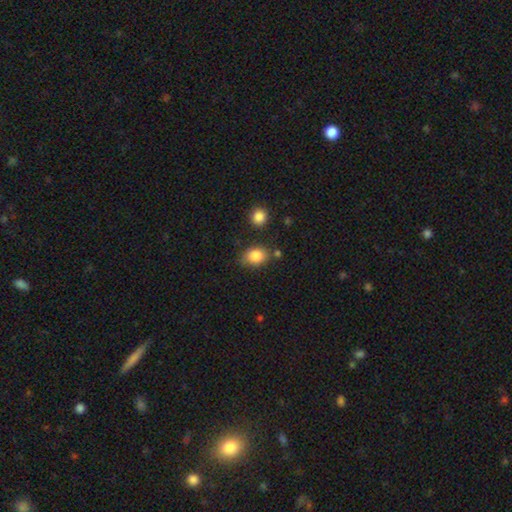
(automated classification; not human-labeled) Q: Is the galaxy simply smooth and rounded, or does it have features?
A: smooth — 85%.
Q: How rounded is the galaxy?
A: in between — 70%.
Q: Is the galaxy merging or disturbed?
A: none — 69%.